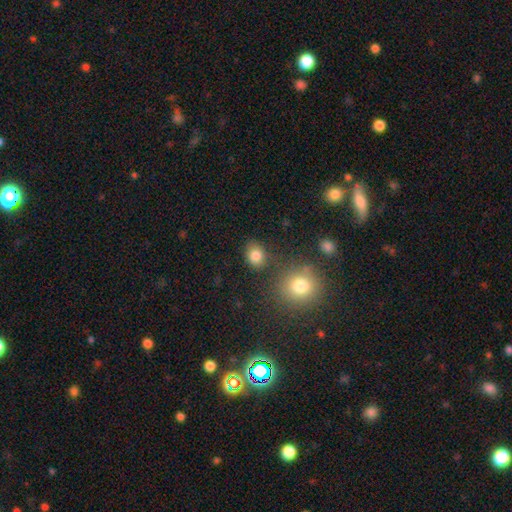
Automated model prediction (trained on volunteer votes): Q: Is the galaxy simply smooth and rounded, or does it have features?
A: smooth — 82%.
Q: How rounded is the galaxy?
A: round — 53%.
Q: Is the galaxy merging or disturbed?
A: none — 76%.